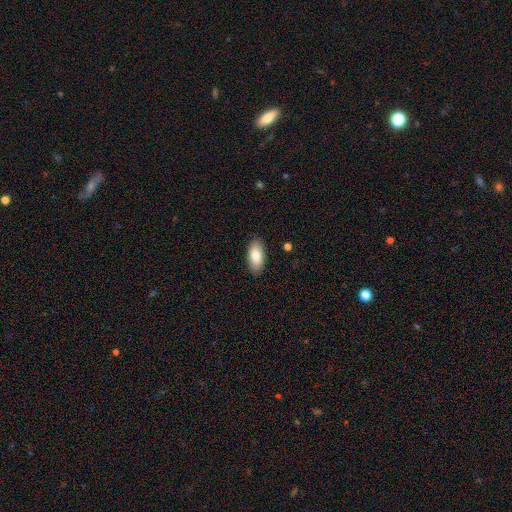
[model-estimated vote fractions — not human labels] Overall: smooth (84%). How rounded: in between (91%). Merging: none (89%).